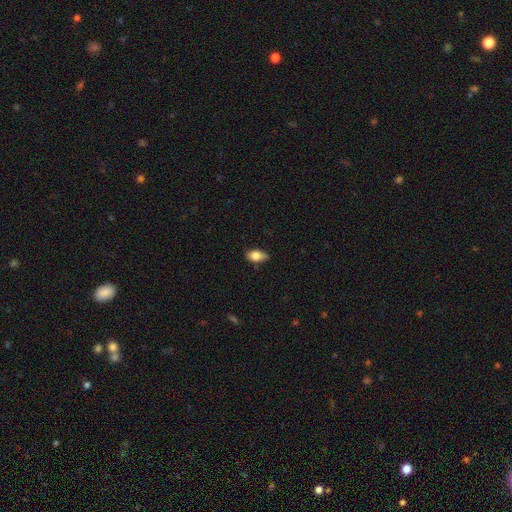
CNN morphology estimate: Smooth or featured: smooth — 78% (featured or disk — 15%)
How rounded: in between — 87% (round — 8%)
Merging: none — 64% (minor disturbance — 30%)